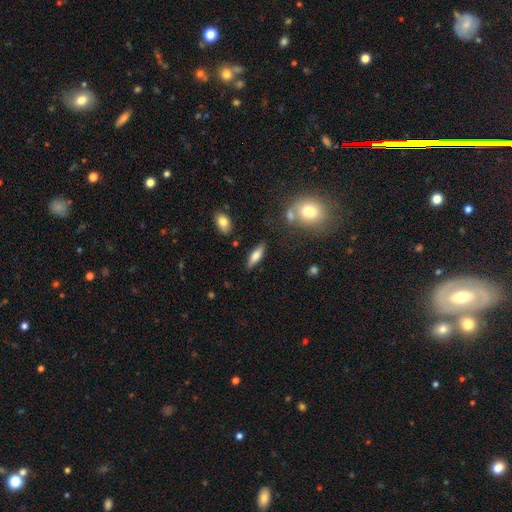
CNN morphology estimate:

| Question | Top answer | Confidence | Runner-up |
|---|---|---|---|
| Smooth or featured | smooth | 65% | featured or disk (27%) |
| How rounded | cigar-shaped | 52% | in between (46%) |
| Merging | none | 83% | minor disturbance (10%) |